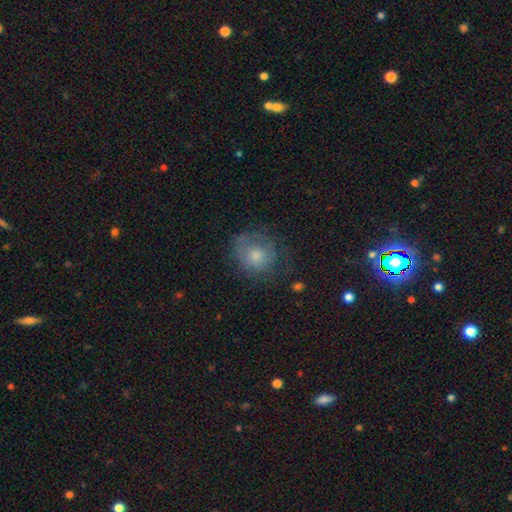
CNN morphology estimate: A smooth galaxy with no disk features (64%) that is round (79%). Merging: none (58%).